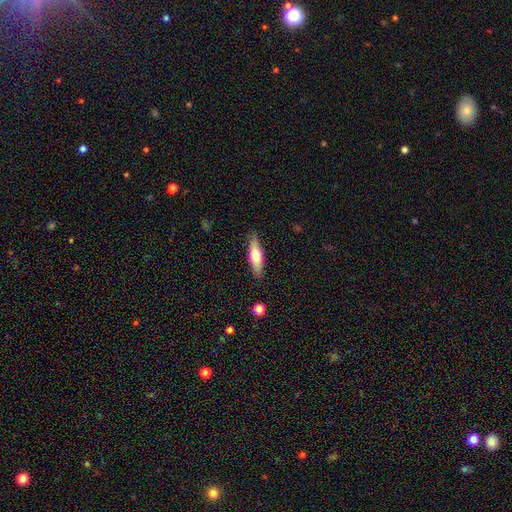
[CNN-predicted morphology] Smooth or featured? Predicted: smooth (p=0.60). How rounded? Predicted: cigar-shaped (p=0.56). Merging? Predicted: none (p=0.87).